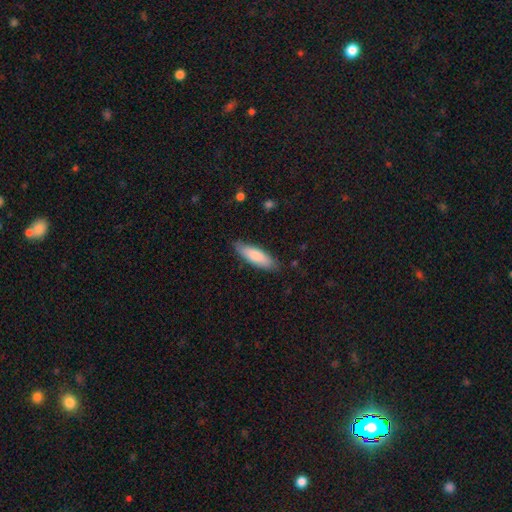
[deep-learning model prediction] smooth 82%, featured or disk 13%, star or artifact 5%. Down the decision tree: how rounded — in between (50%); merging — none (81%).